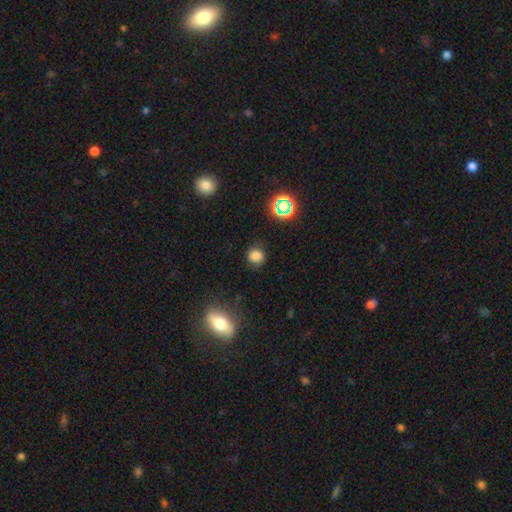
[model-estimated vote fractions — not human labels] Smooth or featured? smooth (76%)
How rounded? round (81%)
Merging? none (80%)